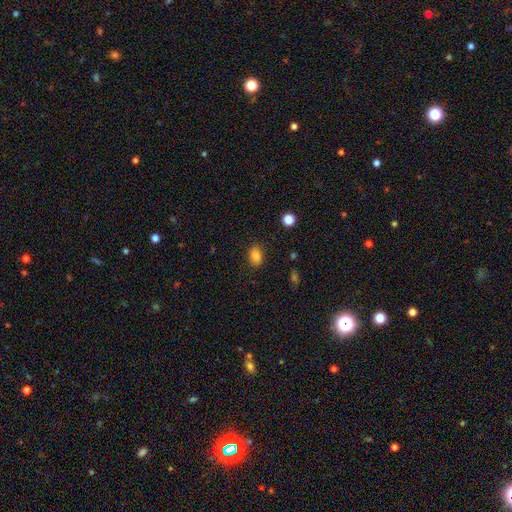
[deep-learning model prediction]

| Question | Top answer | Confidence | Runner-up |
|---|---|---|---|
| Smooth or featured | smooth | 84% | star or artifact (11%) |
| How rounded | in between | 78% | round (20%) |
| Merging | none | 82% | minor disturbance (13%) |